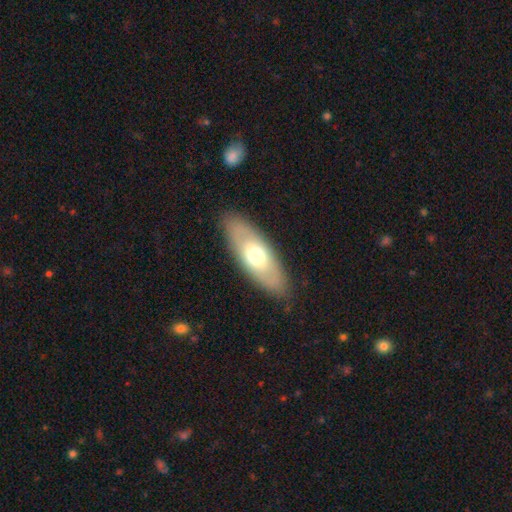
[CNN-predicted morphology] This is possibly a smooth galaxy (52%). How rounded: likely in between (70%). Merging: clearly none (87%).